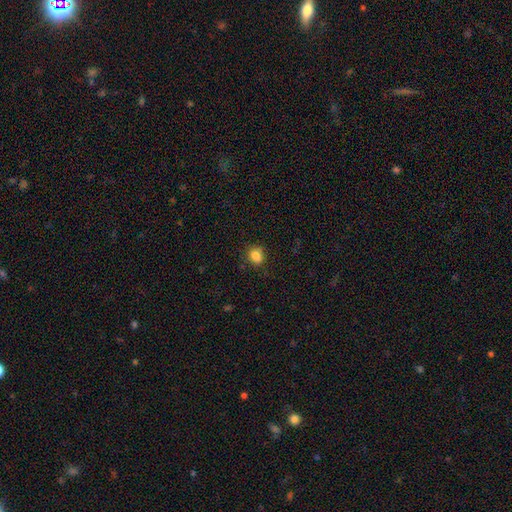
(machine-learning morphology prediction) smooth 84%, star or artifact 11%, featured or disk 5%. Down the decision tree: how rounded — round (59%); merging — none (76%).